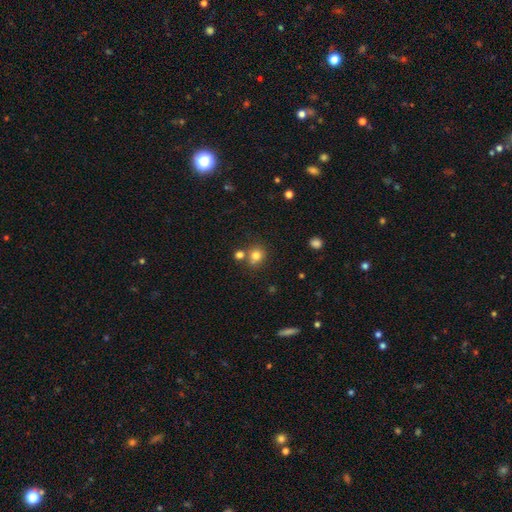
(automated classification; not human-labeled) Smooth or featured? Predicted: smooth (p=0.80). How rounded? Predicted: round (p=0.77). Merging? Predicted: none (p=0.64).